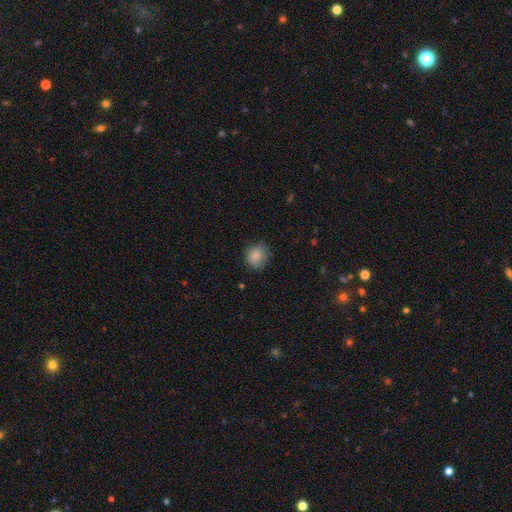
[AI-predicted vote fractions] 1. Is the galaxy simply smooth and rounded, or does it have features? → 84% smooth, 8% featured or disk, 8% star or artifact.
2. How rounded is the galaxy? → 82% round, 17% in between, 1% cigar-shaped.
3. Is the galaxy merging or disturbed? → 74% none, 20% minor disturbance, 5% major disturbance, 1% merger.